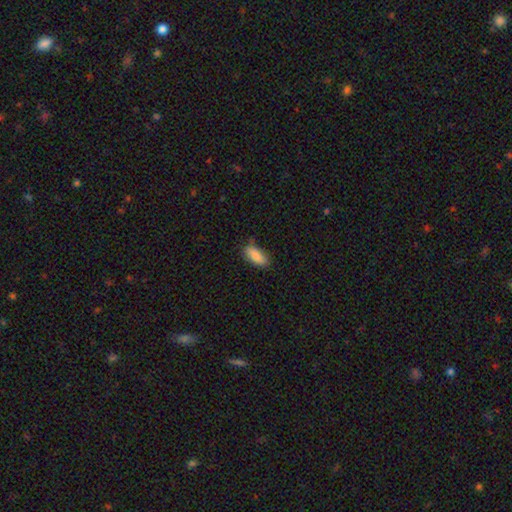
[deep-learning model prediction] A smooth galaxy with no disk features (84%) that is in between round and cigar-shaped (84%).

Vote fractions:
- Smooth or featured? smooth: 84% / featured or disk: 9% / star or artifact: 7%
- How rounded? in between: 84% / cigar-shaped: 14% / round: 2%
- Merging? none: 71% / minor disturbance: 23% / major disturbance: 4% / merger: 2%